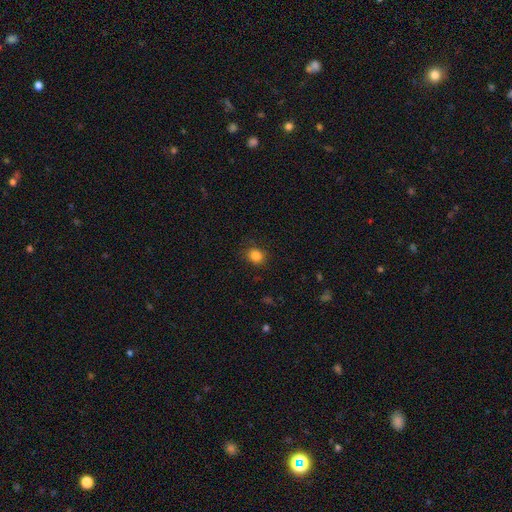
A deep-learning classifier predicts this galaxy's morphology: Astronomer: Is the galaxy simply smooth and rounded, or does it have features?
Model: smooth — 84%.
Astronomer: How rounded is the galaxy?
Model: round — 72%.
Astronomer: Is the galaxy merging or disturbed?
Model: none — 86%.